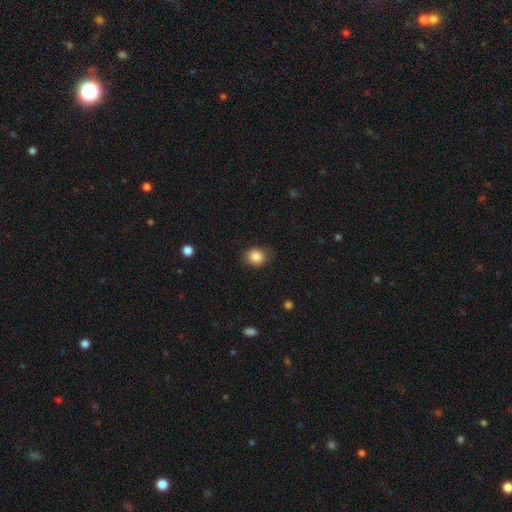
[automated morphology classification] This appears to be a smooth galaxy with no disk features (86%) that is round (72%). Merging: none (79%).